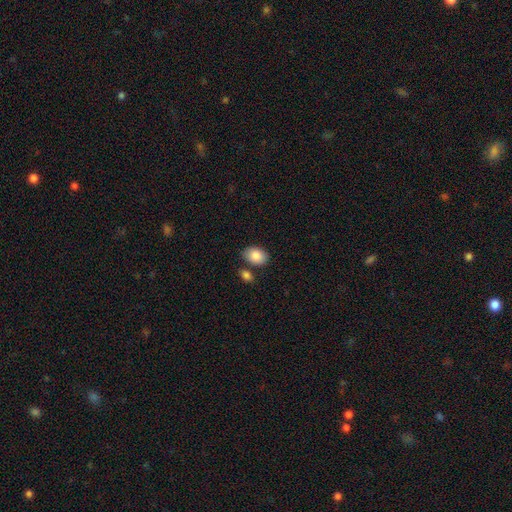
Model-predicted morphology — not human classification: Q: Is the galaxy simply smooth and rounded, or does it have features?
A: smooth — 87%.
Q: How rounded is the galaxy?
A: in between — 81%.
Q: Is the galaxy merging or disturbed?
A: none — 72%.